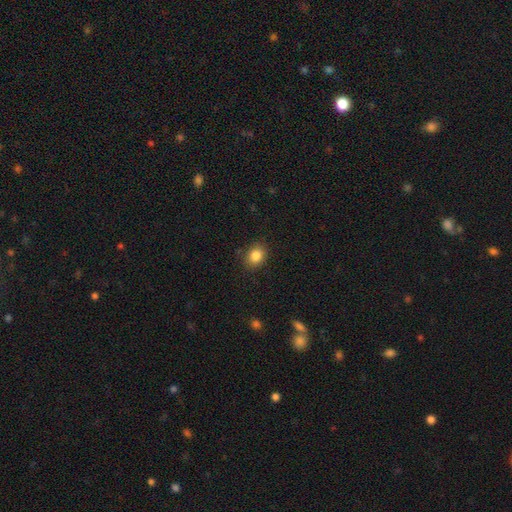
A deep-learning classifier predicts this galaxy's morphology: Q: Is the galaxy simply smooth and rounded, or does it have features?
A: smooth — 85%.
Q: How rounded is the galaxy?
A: round — 54%.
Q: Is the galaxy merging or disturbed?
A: none — 85%.